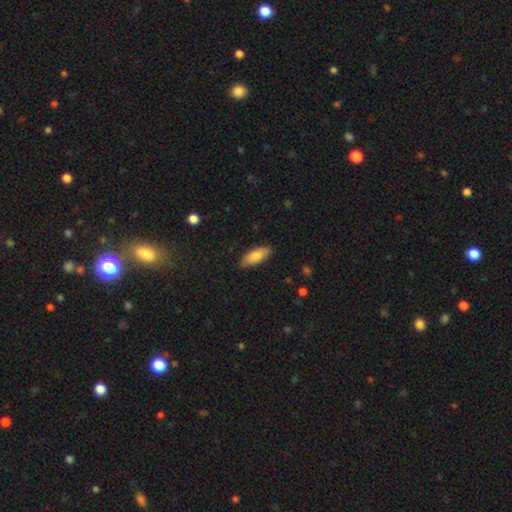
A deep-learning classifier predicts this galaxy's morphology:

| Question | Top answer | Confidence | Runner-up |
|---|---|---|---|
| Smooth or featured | smooth | 80% | featured or disk (14%) |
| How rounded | in between | 72% | cigar-shaped (26%) |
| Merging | none | 87% | minor disturbance (10%) |